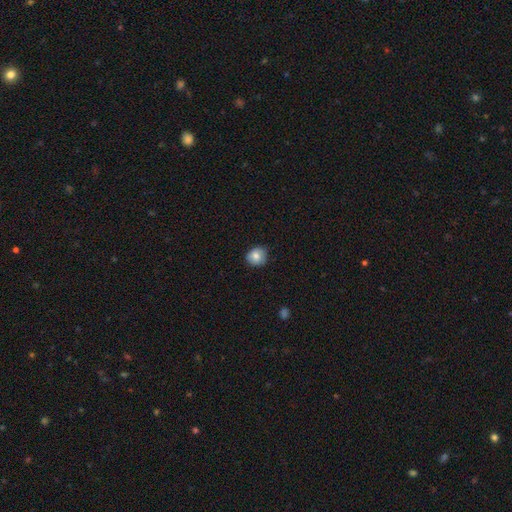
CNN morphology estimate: Smooth or featured: smooth — 79% (featured or disk — 12%)
How rounded: round — 83% (in between — 16%)
Merging: none — 81% (minor disturbance — 15%)